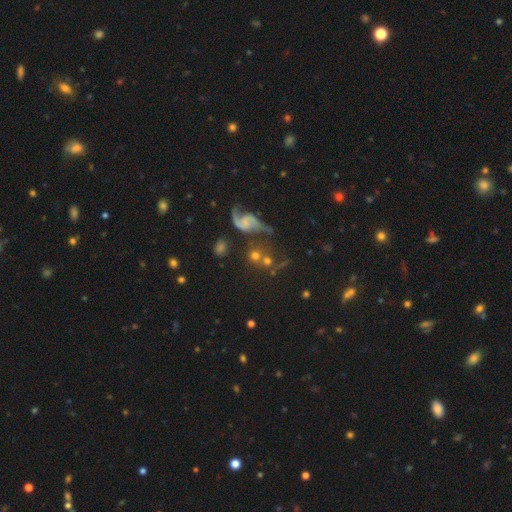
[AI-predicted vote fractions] A smooth galaxy with no disk features (49%).

Vote fractions:
- Smooth or featured? smooth: 49% / featured or disk: 32% / star or artifact: 19%
- Merging? none: 49% / merger: 28% / minor disturbance: 12% / major disturbance: 11%